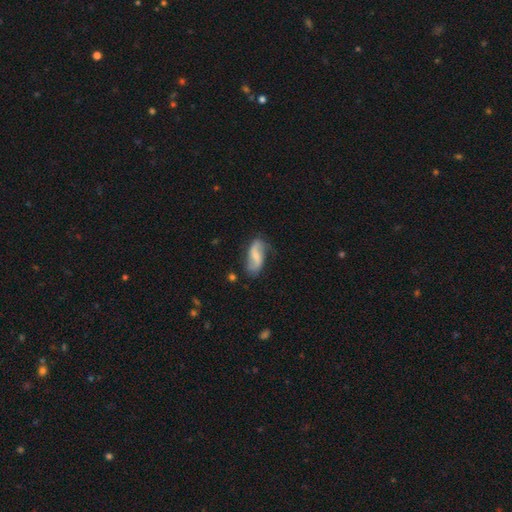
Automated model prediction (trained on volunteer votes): smooth-or-featured: featured or disk: 62% | smooth: 31% | star or artifact: 7%
  disk-edge-on: no: 94% | yes: 6%
    bar: weak: 42% | no: 31% | strong: 28%
    has-spiral-arms: yes: 89% | no: 11%
      spiral-winding: loose: 73% | medium: 20% | tight: 7%
      spiral-arm-count: 2: 89% | can't tell: 5% | 1: 3% | 3: 1% | 4: 1% | more than 4: 1%
    bulge-size: small: 43% | none: 26% | moderate: 26% | large: 4% | dominant: 1%
  merging: none: 64% | minor disturbance: 24% | major disturbance: 9% | merger: 3%